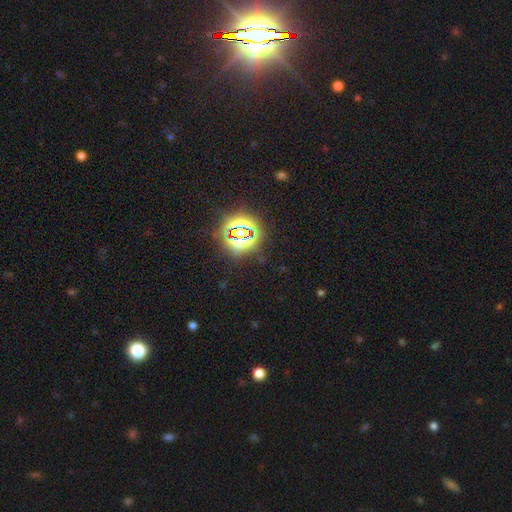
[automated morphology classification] Smooth or featured?
  - star or artifact: 83% *
  - smooth: 10%
  - featured or disk: 7%